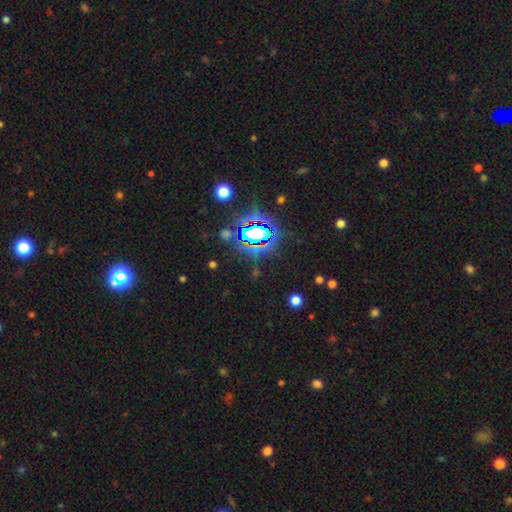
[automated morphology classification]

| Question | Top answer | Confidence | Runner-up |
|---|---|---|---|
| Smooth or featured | star or artifact | 77% | smooth (14%) |